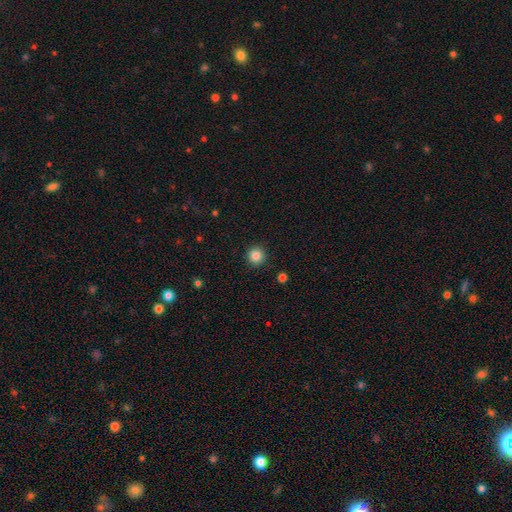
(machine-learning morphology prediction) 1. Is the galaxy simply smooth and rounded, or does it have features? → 85% smooth, 11% star or artifact, 4% featured or disk.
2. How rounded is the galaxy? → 95% round, 4% in between, 1% cigar-shaped.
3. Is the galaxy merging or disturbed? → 92% none, 5% minor disturbance, 2% major disturbance, 1% merger.